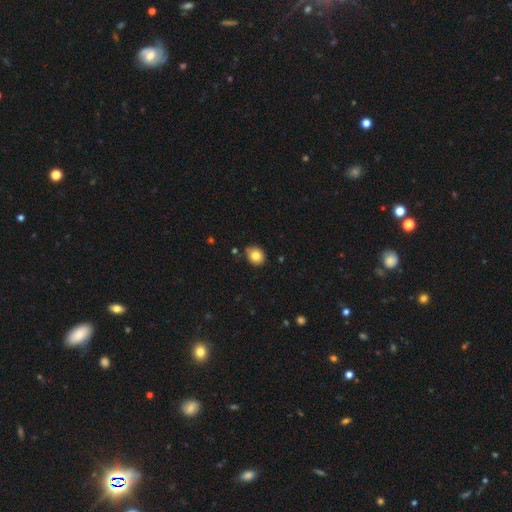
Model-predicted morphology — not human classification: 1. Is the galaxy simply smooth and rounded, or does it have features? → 82% smooth, 9% star or artifact, 9% featured or disk.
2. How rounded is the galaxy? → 60% round, 39% in between, 1% cigar-shaped.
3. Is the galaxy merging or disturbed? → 81% none, 14% minor disturbance, 3% merger, 2% major disturbance.